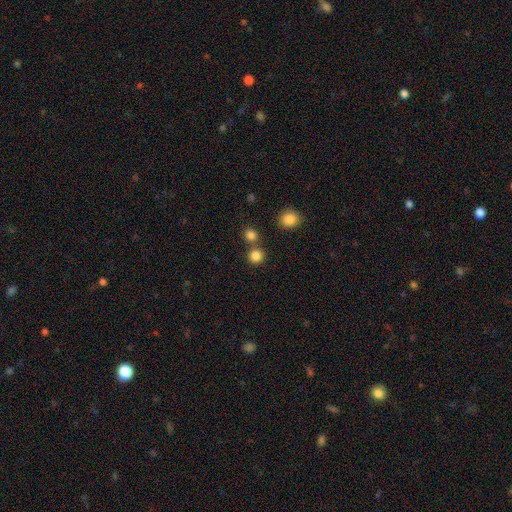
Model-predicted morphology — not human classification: Overall: smooth (83%). How rounded: round (92%). Merging: none (73%).